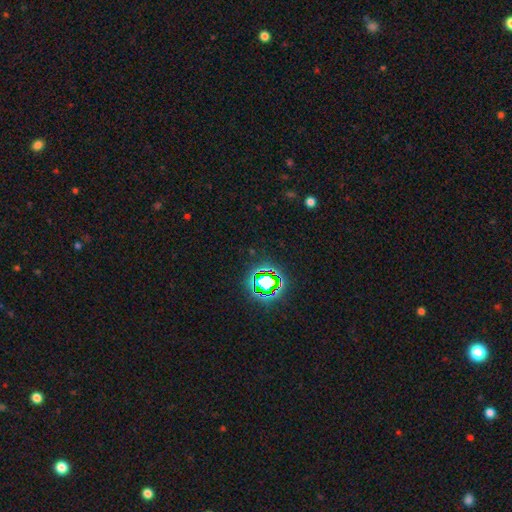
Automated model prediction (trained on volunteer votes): Smooth or featured? star or artifact (80%)